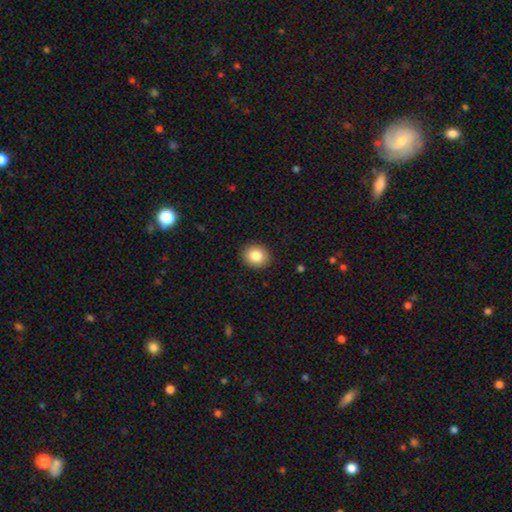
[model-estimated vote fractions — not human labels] Smooth or featured?
  - smooth: 83% *
  - star or artifact: 9%
  - featured or disk: 8%
How rounded?
  - round: 73% *
  - in between: 26%
  - cigar-shaped: 1%
Merging?
  - none: 91% *
  - minor disturbance: 7%
  - major disturbance: 2%
  - merger: 1%